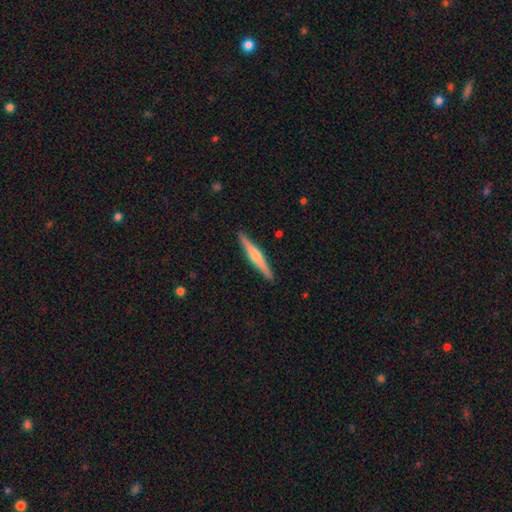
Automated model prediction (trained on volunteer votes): Smooth or featured?
  - featured or disk: 55% *
  - smooth: 40%
  - star or artifact: 5%
Edge-on disk?
  - yes: 98% *
  - no: 2%
Edge-on bulge?
  - rounded: 64% *
  - none: 18%
  - boxy: 18%
Merging?
  - none: 91% *
  - minor disturbance: 6%
  - major disturbance: 1%
  - merger: 1%